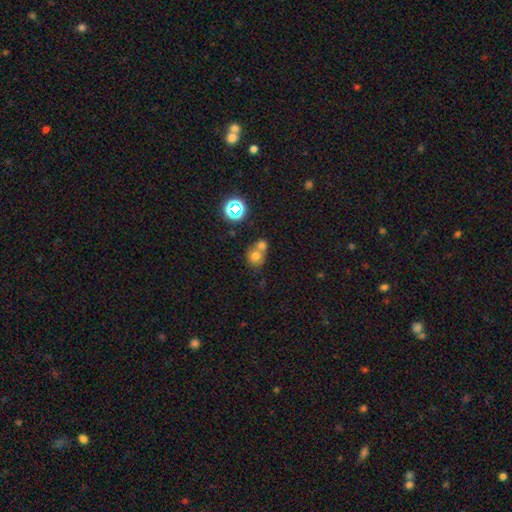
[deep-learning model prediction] Smooth or featured? smooth (70%)
How rounded? round (76%)
Merging? merger (54%)